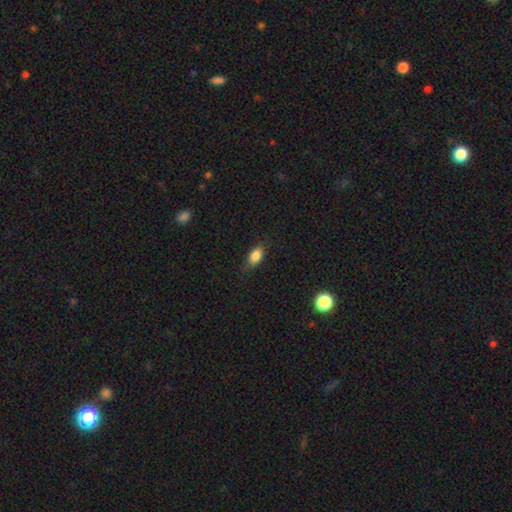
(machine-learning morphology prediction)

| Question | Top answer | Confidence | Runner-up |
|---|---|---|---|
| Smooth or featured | smooth | 84% | star or artifact (9%) |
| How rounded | in between | 84% | round (11%) |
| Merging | none | 78% | minor disturbance (17%) |